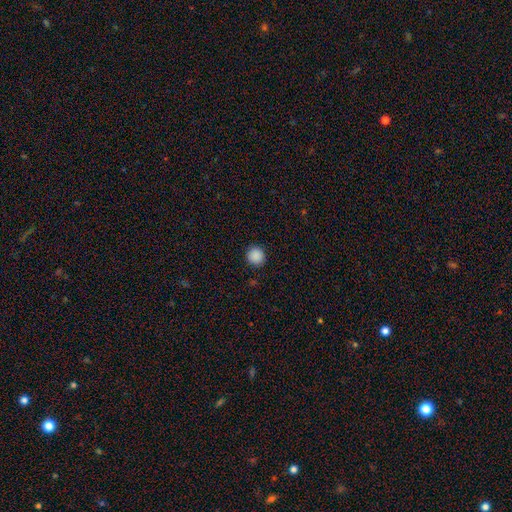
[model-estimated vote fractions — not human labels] This appears to be a smooth galaxy with no disk features (89%) that is round (92%). Merging: none (92%).